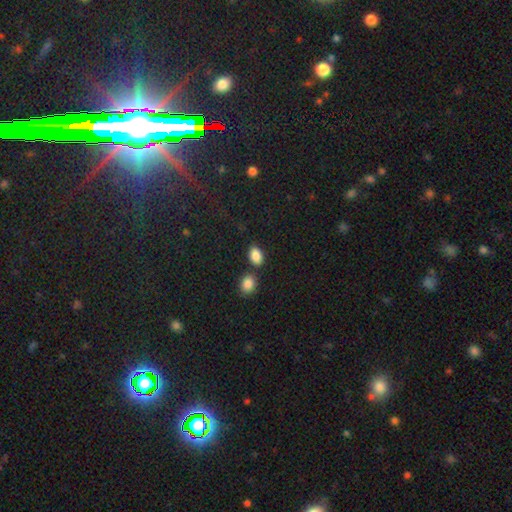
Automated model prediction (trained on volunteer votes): Smooth or featured?
  - smooth: 87% *
  - star or artifact: 8%
  - featured or disk: 5%
How rounded?
  - in between: 85% *
  - round: 14%
  - cigar-shaped: 2%
Merging?
  - none: 70% *
  - merger: 16%
  - minor disturbance: 11%
  - major disturbance: 3%